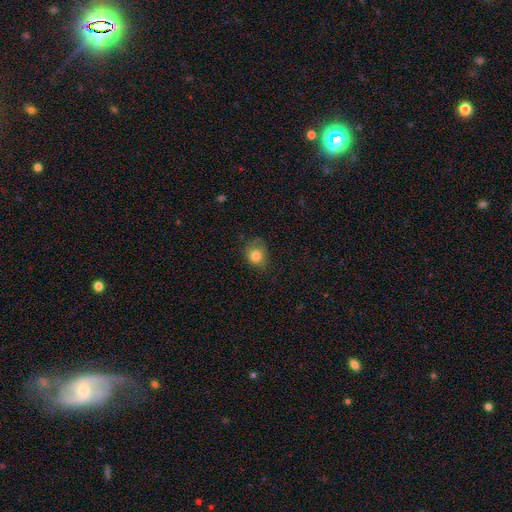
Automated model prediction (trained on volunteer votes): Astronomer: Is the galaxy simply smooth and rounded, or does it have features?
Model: smooth — 80%.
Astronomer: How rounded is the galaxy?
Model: round — 58% (runner-up: in between, 41%).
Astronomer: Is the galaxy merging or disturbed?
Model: none — 54% (runner-up: minor disturbance, 31%).